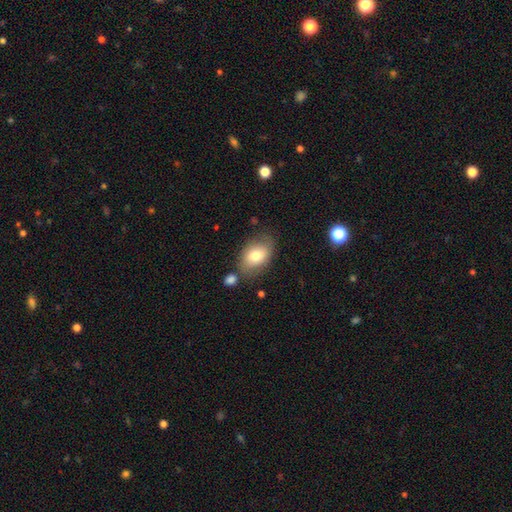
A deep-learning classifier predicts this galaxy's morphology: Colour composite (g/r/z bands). It shows a smooth galaxy with no disk features (74%) that is in between round and cigar-shaped (84%). Merging: none (68%).